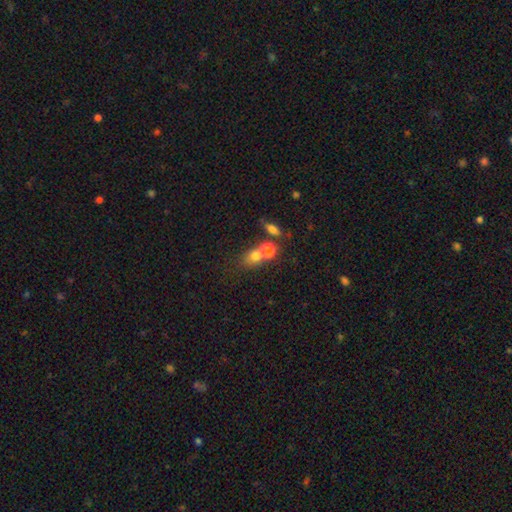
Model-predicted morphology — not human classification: Smooth or featured? smooth (71%)
How rounded? round (55%)
Merging? merger (42%, tied with none)